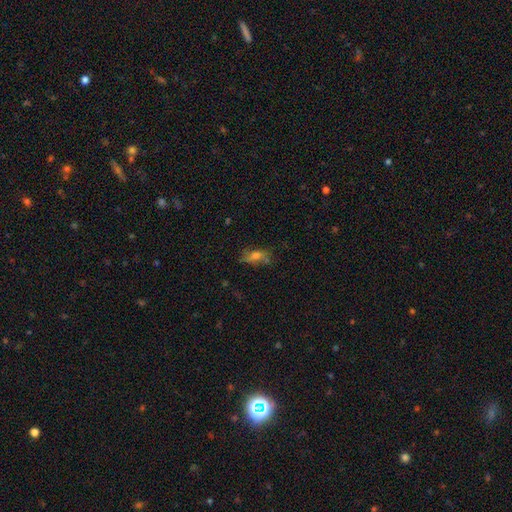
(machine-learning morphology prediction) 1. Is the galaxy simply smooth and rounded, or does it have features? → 50% smooth, 30% featured or disk, 19% star or artifact.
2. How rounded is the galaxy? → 70% in between, 20% cigar-shaped, 10% round.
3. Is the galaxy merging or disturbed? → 60% none, 23% minor disturbance, 12% major disturbance, 4% merger.